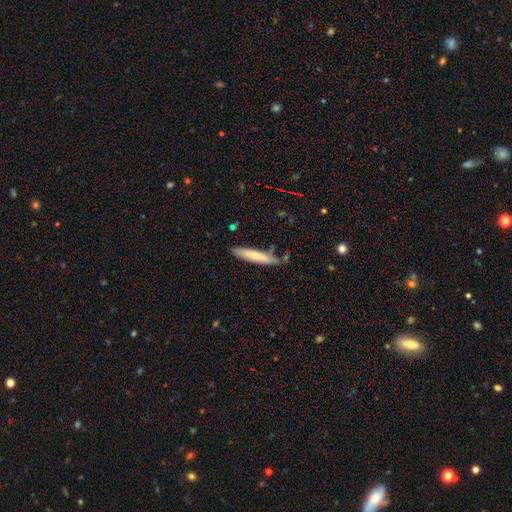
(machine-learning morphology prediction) smooth_or_featured: smooth (p=0.68) [alt: featured or disk p=0.27]
how_rounded: cigar-shaped (p=0.88) [alt: in between p=0.11]
merging: none (p=0.77) [alt: minor disturbance p=0.16]